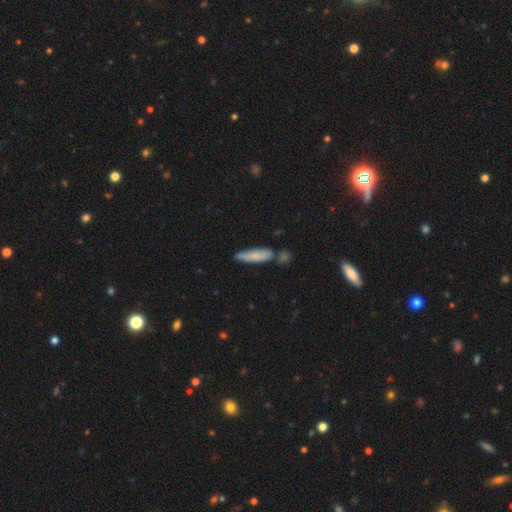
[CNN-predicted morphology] Smooth or featured? smooth (76%)
How rounded? cigar-shaped (73%)
Merging? none (63%)